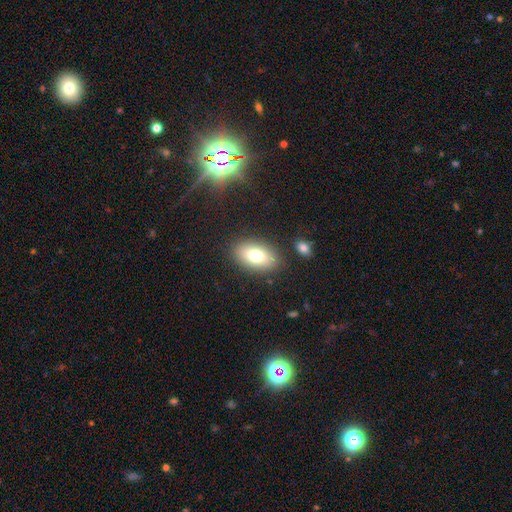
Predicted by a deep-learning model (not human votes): This is likely a smooth galaxy (77%). How rounded: clearly in between (90%). Merging: clearly none (85%).